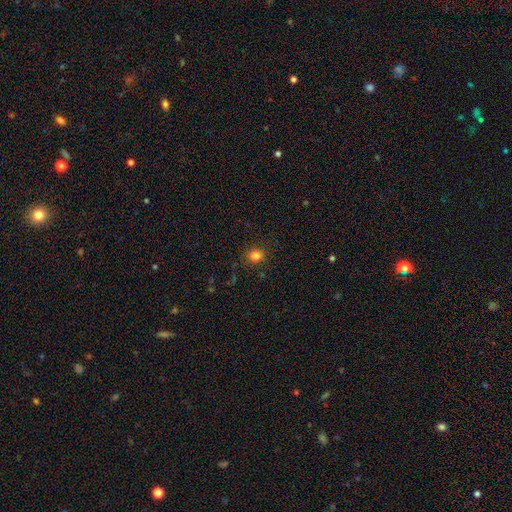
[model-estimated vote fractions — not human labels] smooth_or_featured: smooth (p=0.82) [alt: star or artifact p=0.13]
how_rounded: round (p=0.74) [alt: in between p=0.25]
merging: none (p=0.87) [alt: minor disturbance p=0.09]